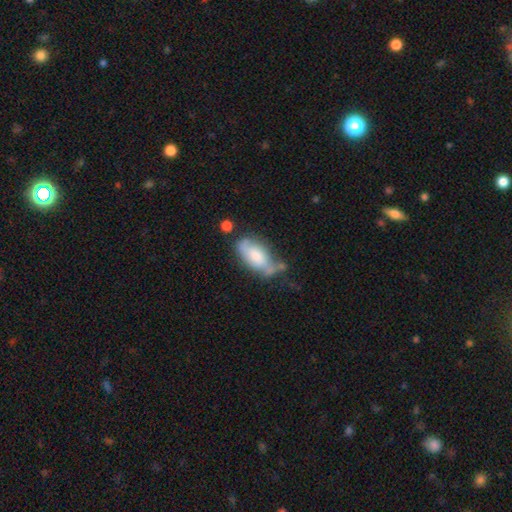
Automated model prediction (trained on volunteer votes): Morphology: type=smooth (56%); roundness=in between (88%); merging=none (41%).